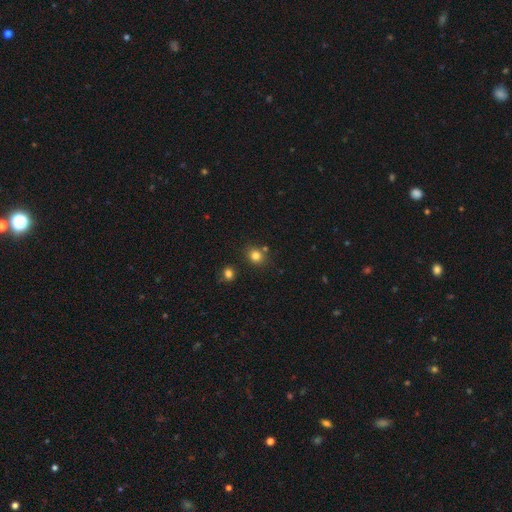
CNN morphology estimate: Q: Smooth or featured?
A: smooth (80%); runner-up: star or artifact (14%)
Q: How rounded?
A: round (76%); runner-up: in between (23%)
Q: Merging?
A: none (77%); runner-up: minor disturbance (10%)